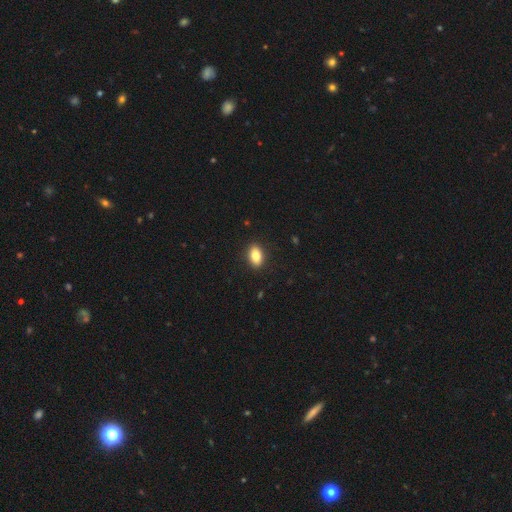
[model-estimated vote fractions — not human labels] The model was most divided on "smooth or featured": smooth: 84%, featured or disk: 8%, star or artifact: 8%. More confident: merging — none (89%); how rounded — in between (88%).